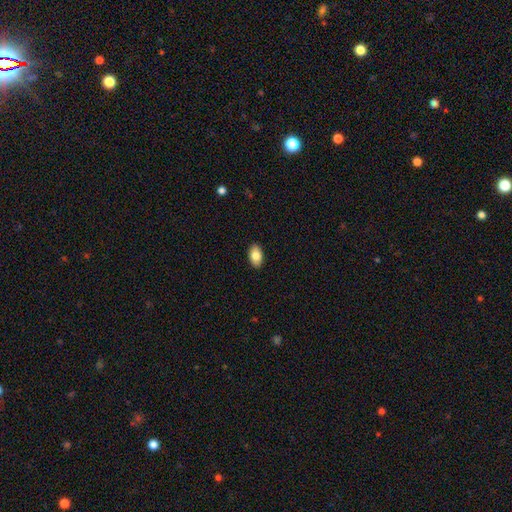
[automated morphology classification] This appears to be a smooth galaxy with no disk features (83%) that is in between round and cigar-shaped (93%). Merging: none (90%).